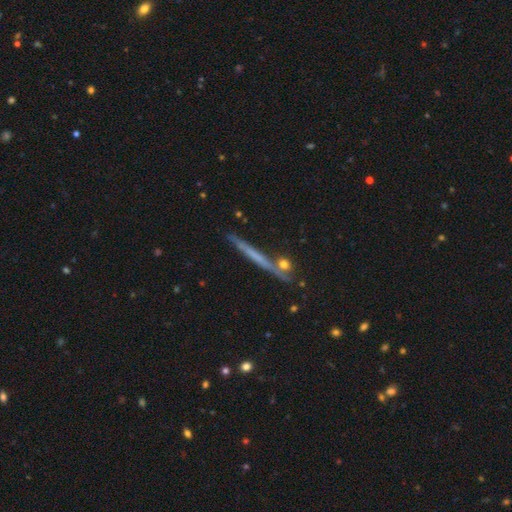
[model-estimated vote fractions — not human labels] Morphology: type=featured or disk (53%); edge-on=yes (95%); edge-on bulge=none (84%); merging=none (83%).